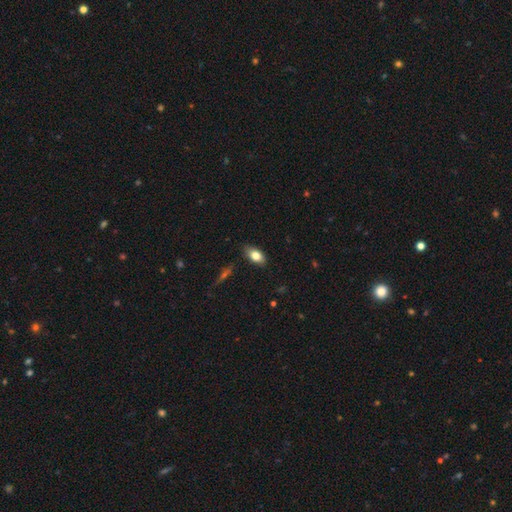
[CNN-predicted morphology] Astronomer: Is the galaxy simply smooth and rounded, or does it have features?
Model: smooth — 79%.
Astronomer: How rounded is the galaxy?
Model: in between — 89%.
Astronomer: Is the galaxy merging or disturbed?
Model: none — 83%.